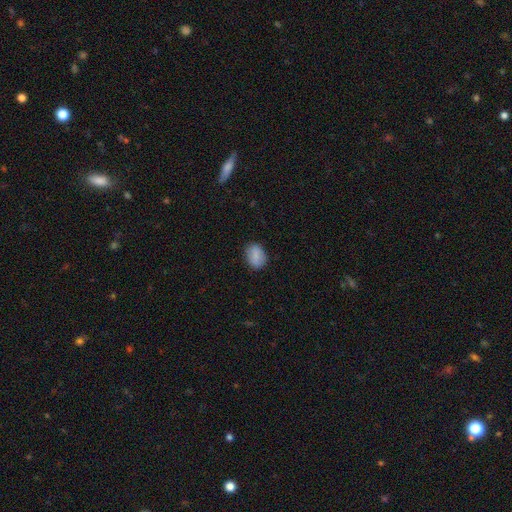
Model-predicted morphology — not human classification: A smooth galaxy with no disk features (82%) that is in between round and cigar-shaped (76%). Merging: none (84%).